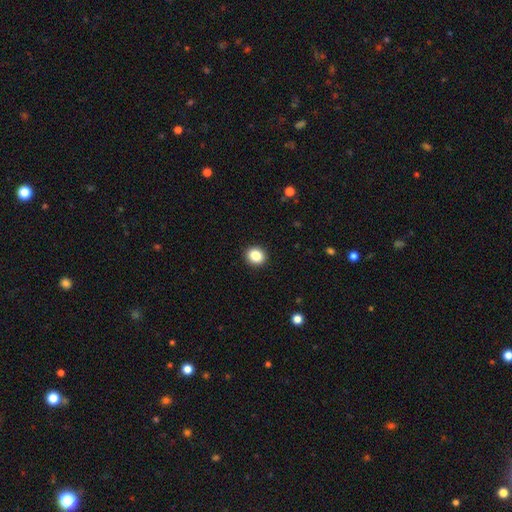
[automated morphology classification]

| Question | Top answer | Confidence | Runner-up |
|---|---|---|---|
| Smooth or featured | smooth | 86% | star or artifact (9%) |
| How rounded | round | 76% | in between (23%) |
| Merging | none | 92% | minor disturbance (5%) |